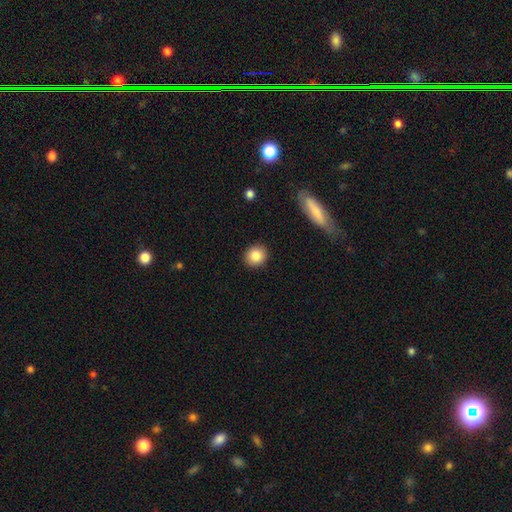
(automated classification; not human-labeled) Smooth or featured: smooth — 85% (star or artifact — 9%)
How rounded: round — 82% (in between — 17%)
Merging: none — 91% (minor disturbance — 6%)